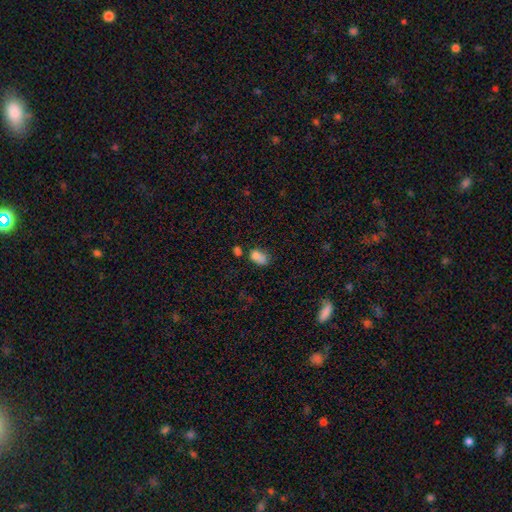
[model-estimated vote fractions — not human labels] Smooth or featured: smooth — 77% (star or artifact — 12%)
How rounded: in between — 82% (round — 16%)
Merging: none — 38% (merger — 28%)